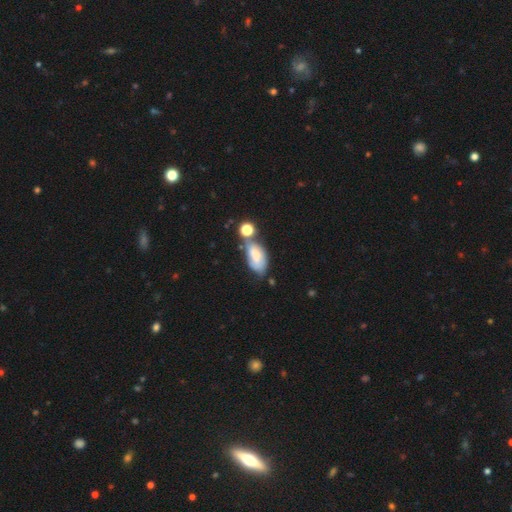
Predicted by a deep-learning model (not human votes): smooth 60%, featured or disk 31%, star or artifact 10%. Down the decision tree: how rounded — in between (89%); merging — none (32%).